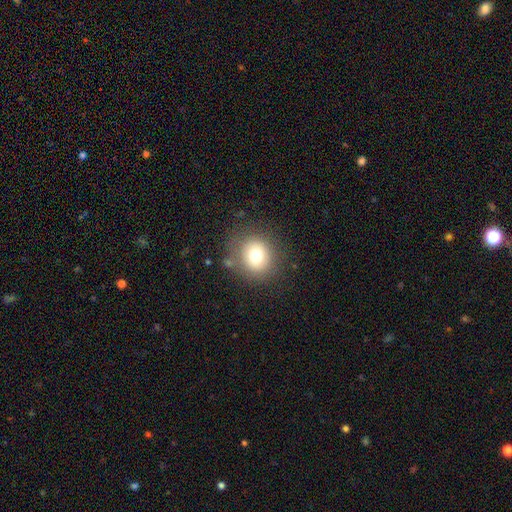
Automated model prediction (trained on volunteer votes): Smooth or featured?
  - smooth: 74% *
  - featured or disk: 14%
  - star or artifact: 12%
How rounded?
  - round: 85% *
  - in between: 14%
  - cigar-shaped: 1%
Merging?
  - none: 81% *
  - minor disturbance: 11%
  - major disturbance: 5%
  - merger: 3%